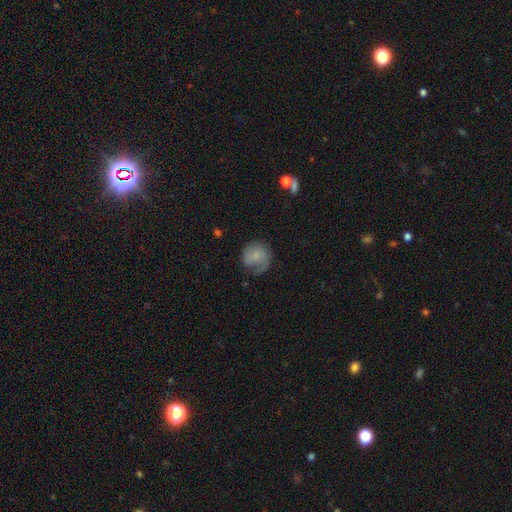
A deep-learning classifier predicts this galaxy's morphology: This appears to be a smooth galaxy with no disk features (54%) that is round (83%). Merging: none (57%).